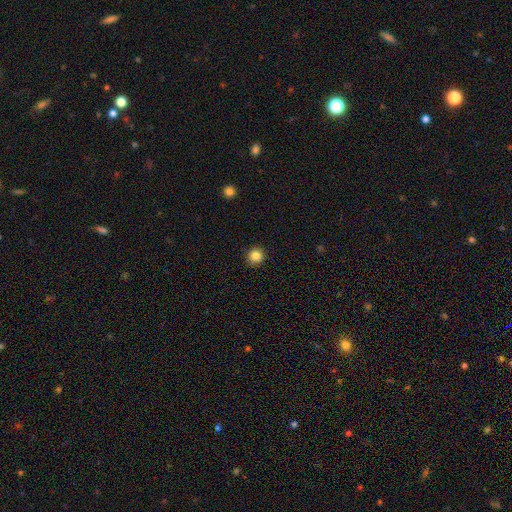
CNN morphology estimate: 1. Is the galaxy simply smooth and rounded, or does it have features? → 85% smooth, 11% star or artifact, 4% featured or disk.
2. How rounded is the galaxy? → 93% round, 6% in between, 1% cigar-shaped.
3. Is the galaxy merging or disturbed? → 91% none, 6% minor disturbance, 2% major disturbance, 1% merger.